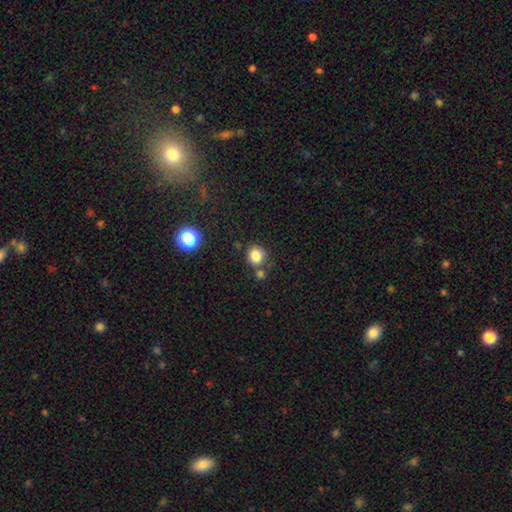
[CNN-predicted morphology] This is clearly a smooth galaxy (83%). How rounded: clearly round (84%). Merging: likely none (70%).